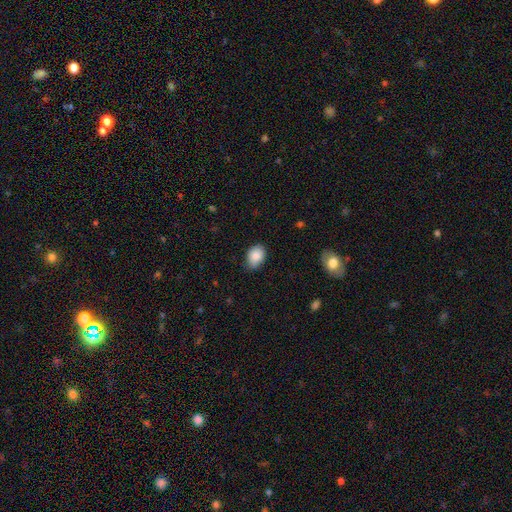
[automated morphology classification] This appears to be a smooth galaxy with no disk features (87%) that is in between round and cigar-shaped (75%). Merging: none (74%).